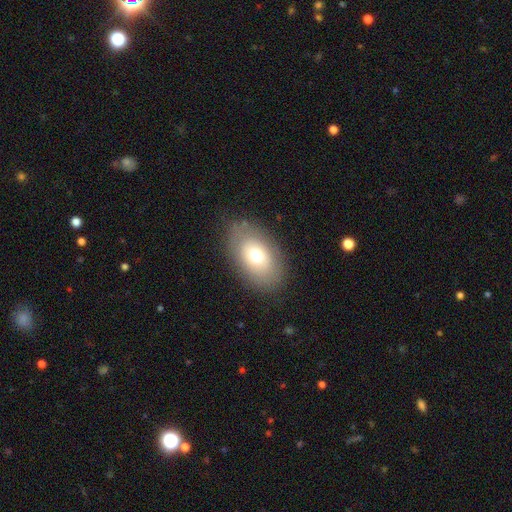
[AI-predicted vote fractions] Q: Smooth or featured?
A: smooth (69%); runner-up: featured or disk (22%)
Q: How rounded?
A: in between (87%); runner-up: round (12%)
Q: Merging?
A: none (81%); runner-up: minor disturbance (13%)